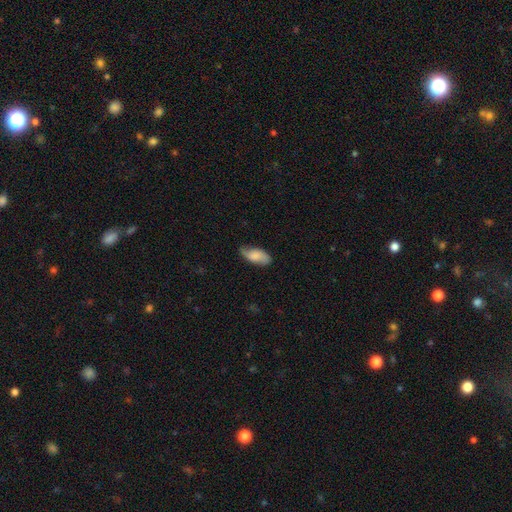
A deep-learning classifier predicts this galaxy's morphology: A smooth galaxy with no disk features (56%) that is in between round and cigar-shaped (88%).

Vote fractions:
- Smooth or featured? smooth: 56% / featured or disk: 36% / star or artifact: 7%
- How rounded? in between: 88% / cigar-shaped: 9% / round: 3%
- Merging? none: 69% / minor disturbance: 24% / major disturbance: 6% / merger: 1%